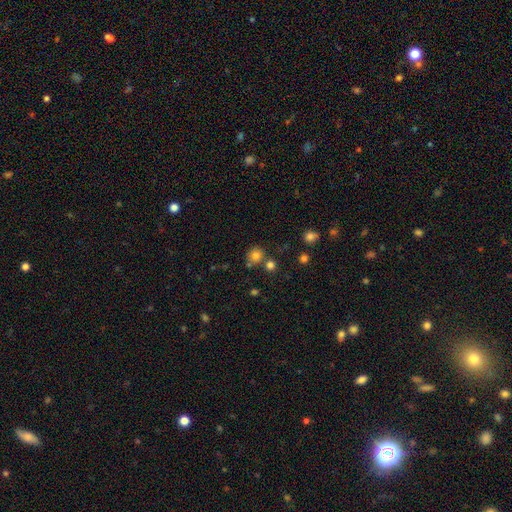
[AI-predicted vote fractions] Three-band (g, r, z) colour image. It shows a smooth galaxy with no disk features (79%) that is round (89%). Merging: none (71%).